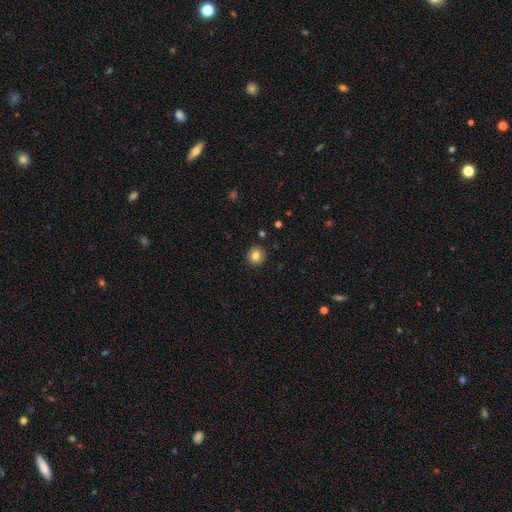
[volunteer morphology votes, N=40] Smooth or featured?
  - smooth: 85% *
  - featured or disk: 12%
  - star or artifact: 2%
How rounded?
  - round: 91% *
  - in between: 9%
  - cigar-shaped: 0%
Merging?
  - none: 95% *
  - minor disturbance: 5%
  - major disturbance: 0%
  - merger: 0%